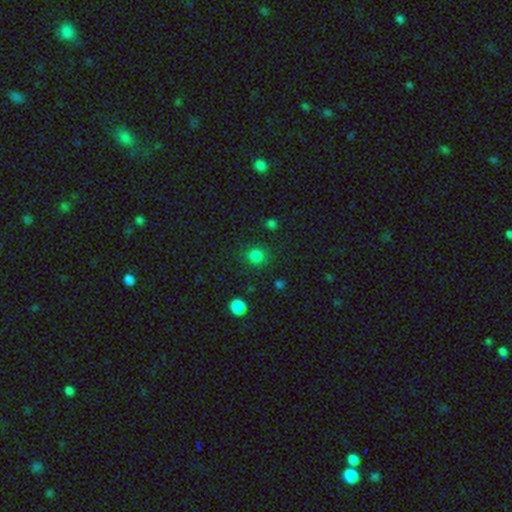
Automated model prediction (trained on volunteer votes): Smooth or featured? Predicted: smooth (p=0.81). How rounded? Predicted: round (p=0.90). Merging? Predicted: none (p=0.86).